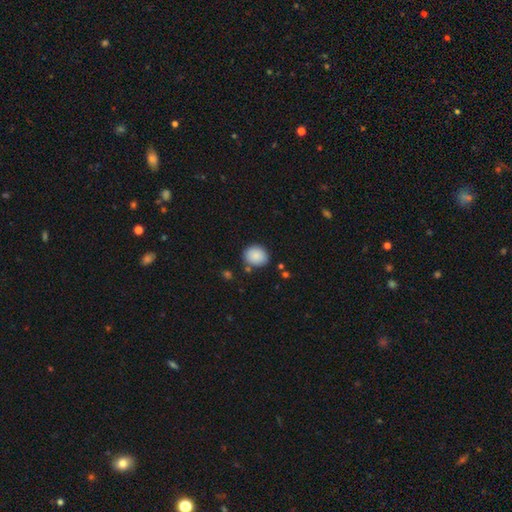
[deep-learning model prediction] A smooth galaxy with no disk features (87%) that is round (64%). Merging: none (80%).